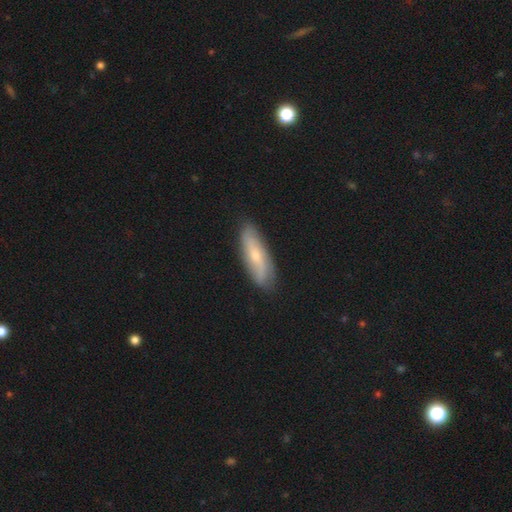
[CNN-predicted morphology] This is possibly a featured or disk galaxy (49%). Merging: clearly none (83%).